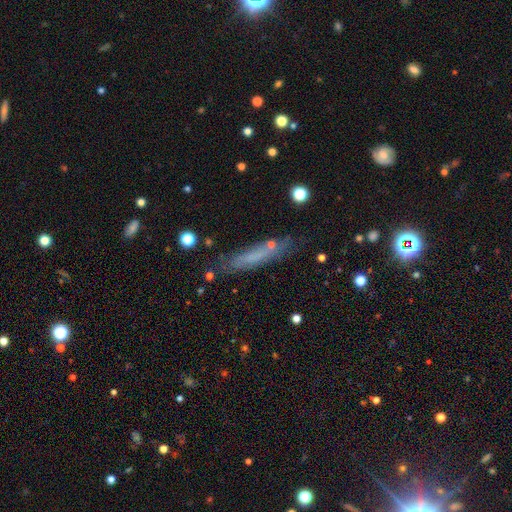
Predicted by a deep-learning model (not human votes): Smooth or featured?
  - smooth: 60% *
  - featured or disk: 29%
  - star or artifact: 11%
How rounded?
  - cigar-shaped: 87% *
  - in between: 11%
  - round: 2%
Merging?
  - none: 75% *
  - minor disturbance: 17%
  - major disturbance: 5%
  - merger: 4%